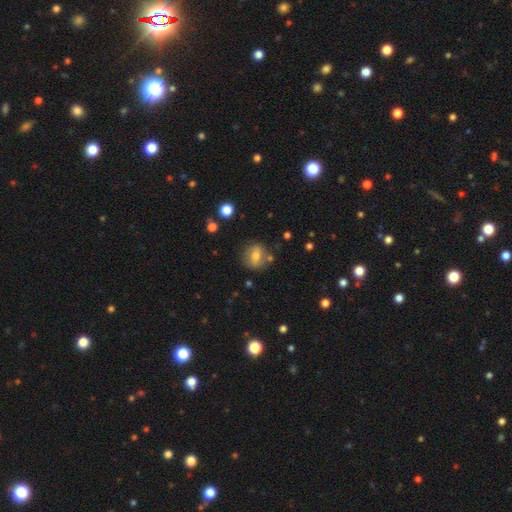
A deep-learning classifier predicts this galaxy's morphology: A smooth galaxy with no disk features (64%) that is round (66%). Merging: none (76%).